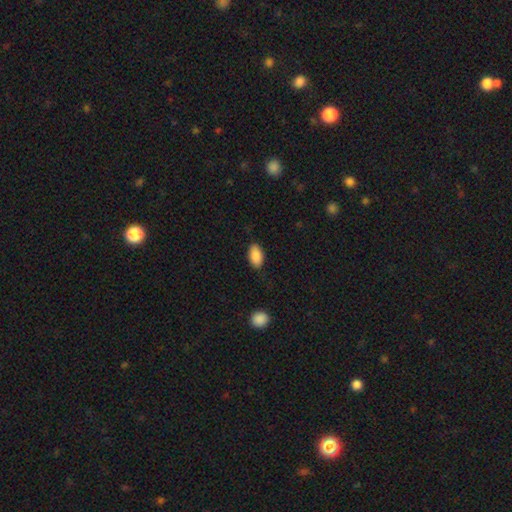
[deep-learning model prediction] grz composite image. It shows a smooth galaxy with no disk features (88%) that is in between round and cigar-shaped (93%). Merging: none (84%).